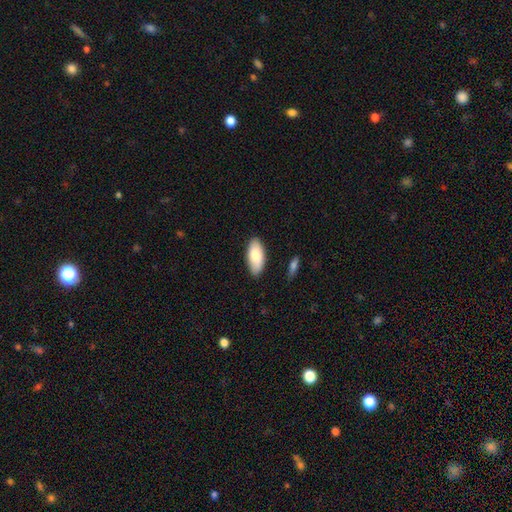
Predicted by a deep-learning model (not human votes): smooth 81%, featured or disk 13%, star or artifact 6%. Down the decision tree: how rounded — in between (90%); merging — none (85%).